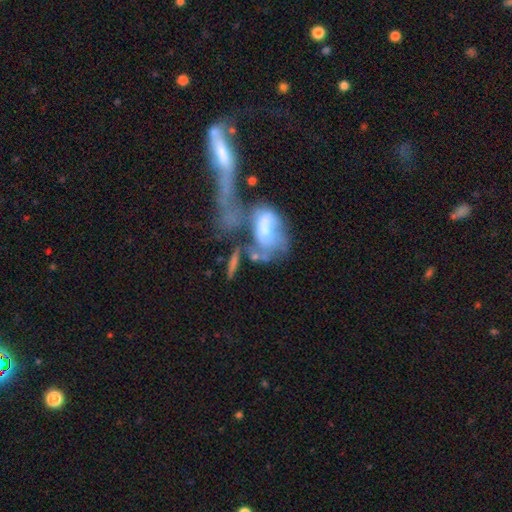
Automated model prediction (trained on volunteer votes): smooth-or-featured: featured or disk: 54% | smooth: 35% | star or artifact: 11%
  disk-edge-on: no: 90% | yes: 10%
  merging: merger: 54% | major disturbance: 24% | none: 13% | minor disturbance: 8%